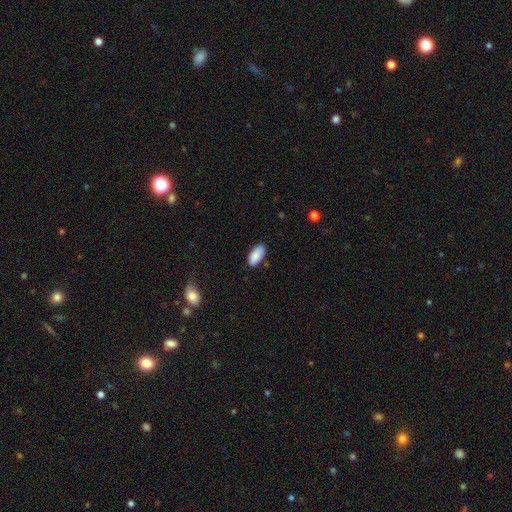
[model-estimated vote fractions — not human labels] This is clearly a smooth galaxy (88%). How rounded: clearly in between (93%). Merging: clearly none (80%).